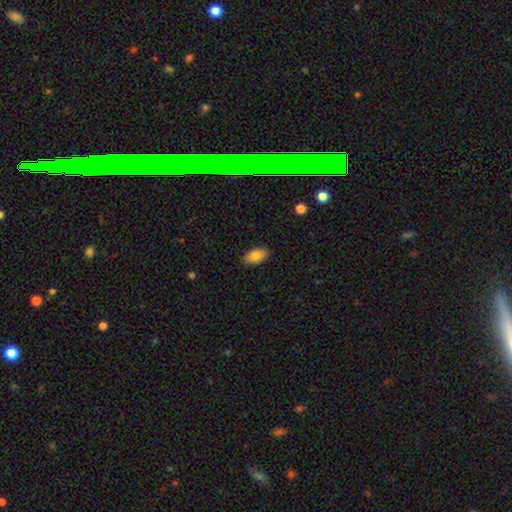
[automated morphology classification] Smooth or featured? Predicted: smooth (p=0.84). How rounded? Predicted: in between (p=0.93). Merging? Predicted: none (p=0.87).